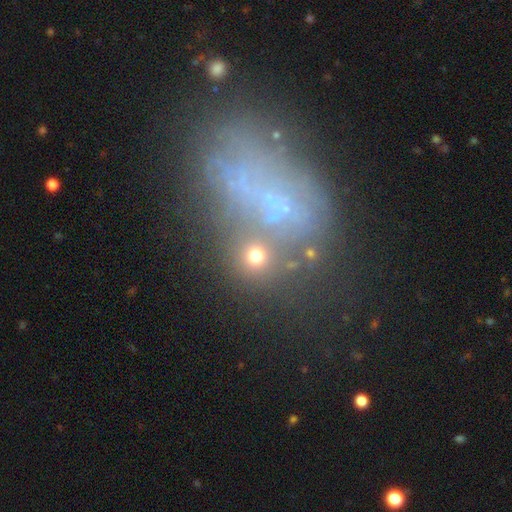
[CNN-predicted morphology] This appears to be a smooth galaxy with no disk features (64%) that is round (87%). Merging: none (70%).